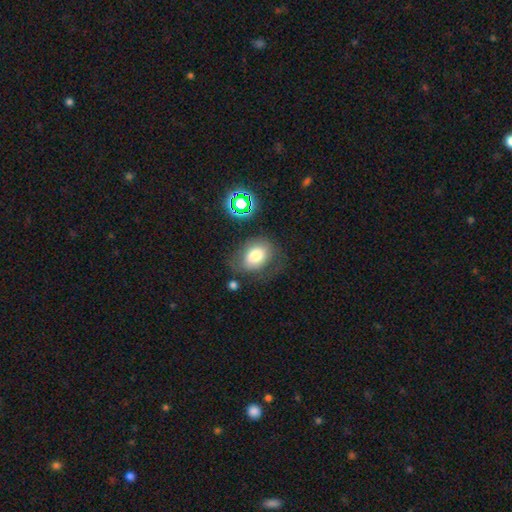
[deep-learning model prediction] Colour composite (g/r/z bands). It shows a smooth galaxy with no disk features (70%) that is in between round and cigar-shaped (61%). Merging: none (60%).